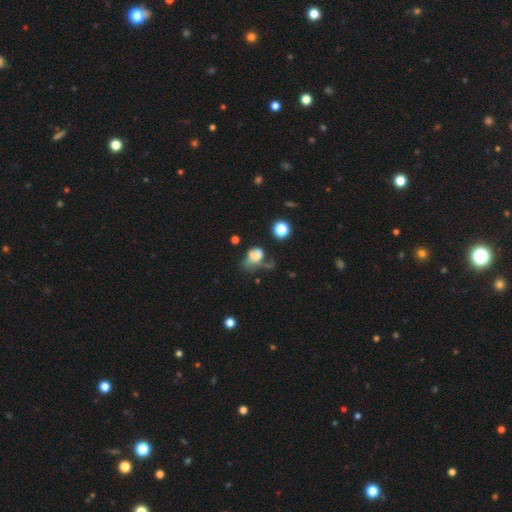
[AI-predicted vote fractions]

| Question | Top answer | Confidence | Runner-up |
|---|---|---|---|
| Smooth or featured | smooth | 64% | featured or disk (22%) |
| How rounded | in between | 60% | round (38%) |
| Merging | major disturbance | 43% | none (22%) |